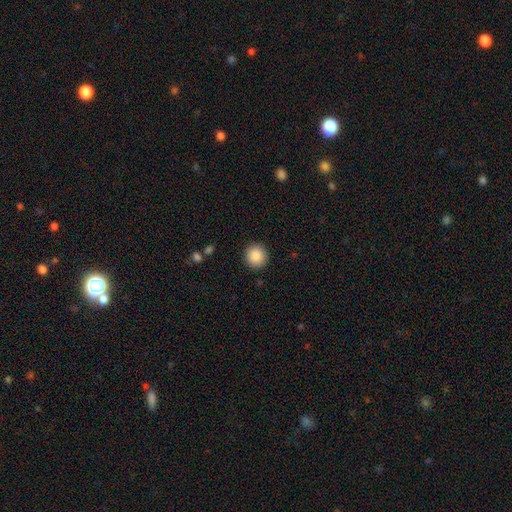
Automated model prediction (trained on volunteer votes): smooth-or-featured: smooth: 89% | star or artifact: 8% | featured or disk: 3%
  how-rounded: round: 93% | in between: 6% | cigar-shaped: 1%
  merging: none: 91% | minor disturbance: 6% | major disturbance: 2% | merger: 1%